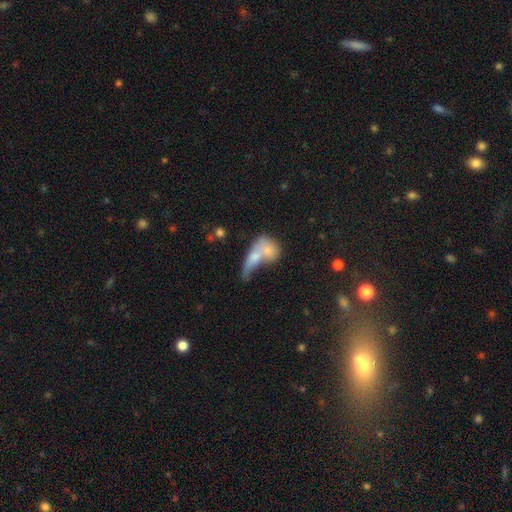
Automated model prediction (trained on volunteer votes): Q: Smooth or featured?
A: smooth (64%); runner-up: featured or disk (28%)
Q: How rounded?
A: in between (59%); runner-up: round (25%)
Q: Merging?
A: merger (68%); runner-up: none (14%)